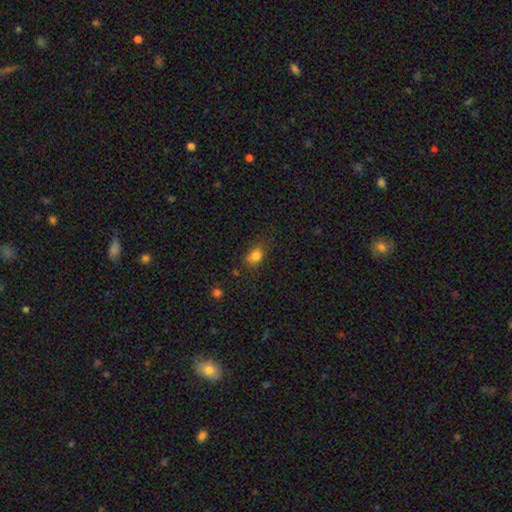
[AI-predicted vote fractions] A smooth galaxy with no disk features (80%) that is in between round and cigar-shaped (56%). Merging: none (59%).